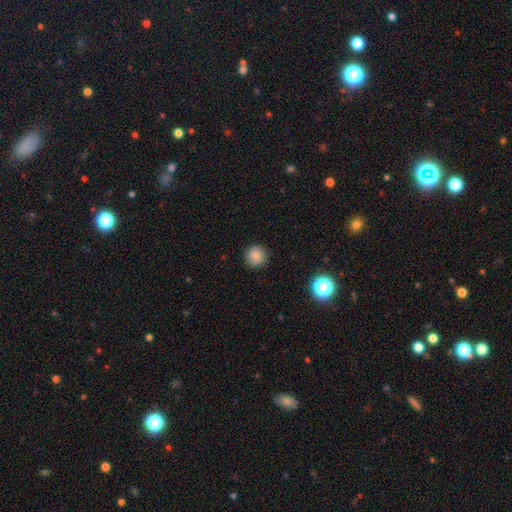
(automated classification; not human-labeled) smooth 86%, star or artifact 11%, featured or disk 3%. Down the decision tree: how rounded — round (94%); merging — none (91%).